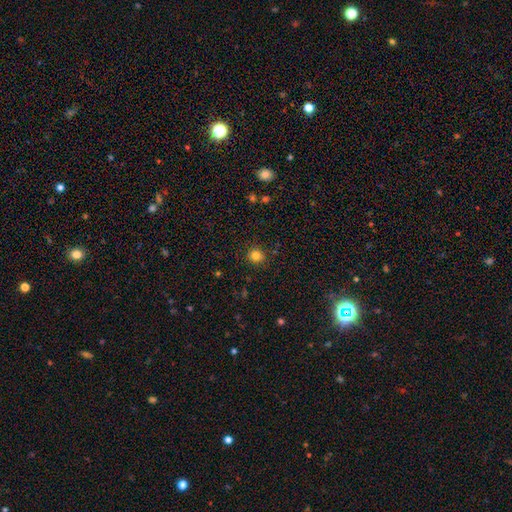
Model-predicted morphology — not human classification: This is clearly a smooth galaxy (82%). How rounded: clearly round (88%). Merging: clearly none (88%).